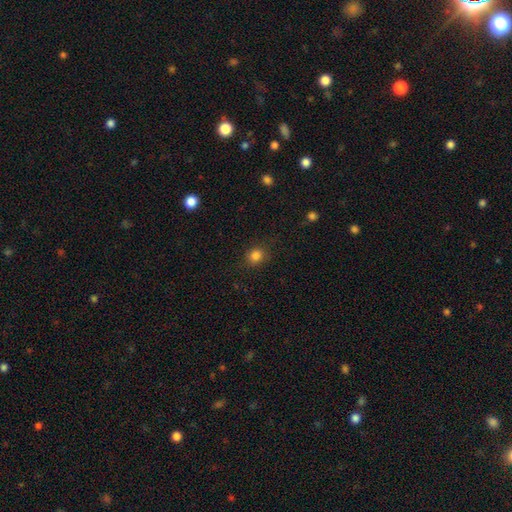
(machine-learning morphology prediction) Smooth or featured? Predicted: smooth (p=0.83). How rounded? Predicted: round (p=0.79). Merging? Predicted: none (p=0.84).